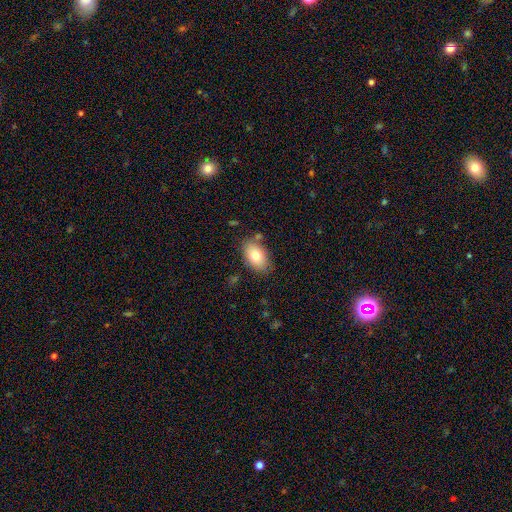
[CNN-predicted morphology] Smooth or featured: smooth — 78% (featured or disk — 15%)
How rounded: in between — 89% (round — 10%)
Merging: none — 79% (minor disturbance — 14%)